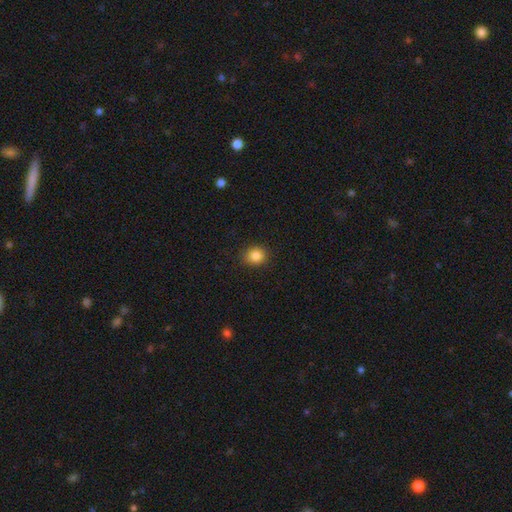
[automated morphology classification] A smooth galaxy with no disk features (85%) that is round (73%). Merging: none (88%).